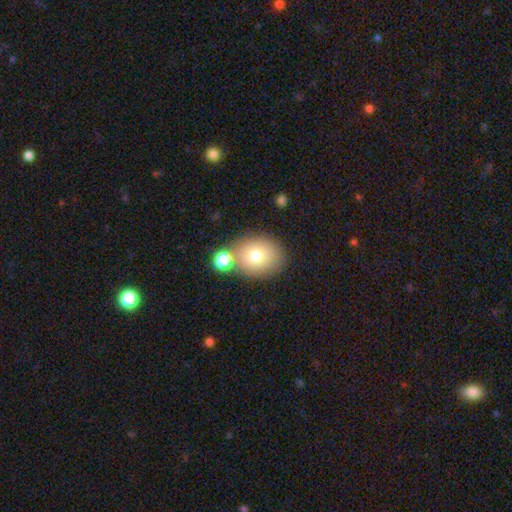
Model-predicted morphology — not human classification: A smooth galaxy with no disk features (75%) that is round (57%).

Vote fractions:
- Smooth or featured? smooth: 75% / featured or disk: 14% / star or artifact: 11%
- How rounded? round: 57% / in between: 42% / cigar-shaped: 1%
- Merging? none: 65% / merger: 19% / minor disturbance: 12% / major disturbance: 4%